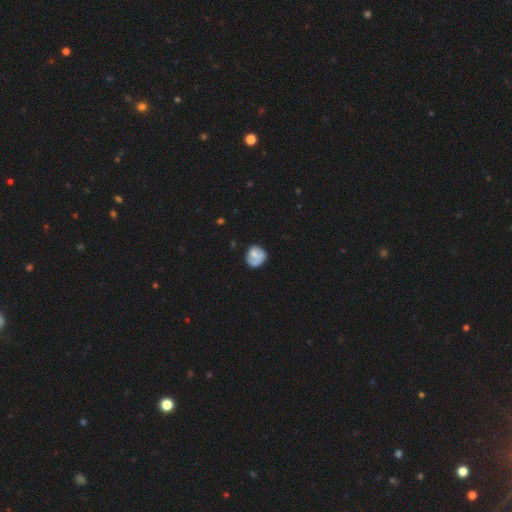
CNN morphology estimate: smooth_or_featured: smooth (p=0.61) [alt: featured or disk p=0.31]
how_rounded: round (p=0.80) [alt: in between p=0.19]
merging: none (p=0.59) [alt: minor disturbance p=0.26]